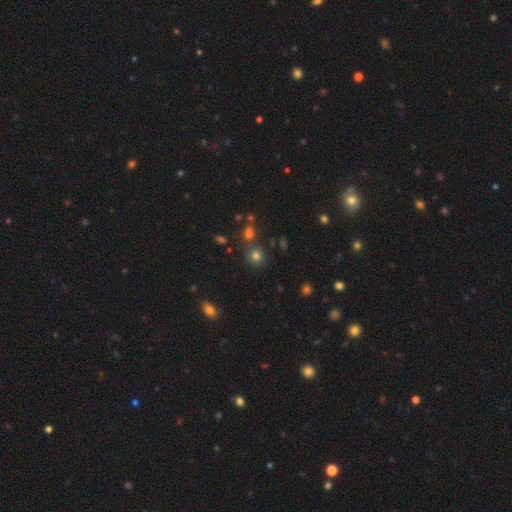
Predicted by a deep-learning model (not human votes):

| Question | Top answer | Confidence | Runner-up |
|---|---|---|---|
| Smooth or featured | smooth | 71% | star or artifact (21%) |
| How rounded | round | 89% | in between (10%) |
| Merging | none | 73% | merger (15%) |